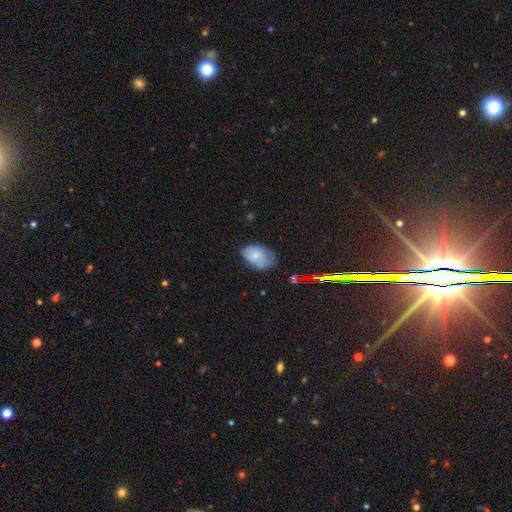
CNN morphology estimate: A smooth galaxy with no disk features (71%) that is in between round and cigar-shaped (85%).

Vote fractions:
- Smooth or featured? smooth: 71% / featured or disk: 17% / star or artifact: 11%
- How rounded? in between: 85% / round: 14% / cigar-shaped: 1%
- Merging? none: 46% / minor disturbance: 36% / major disturbance: 15% / merger: 4%